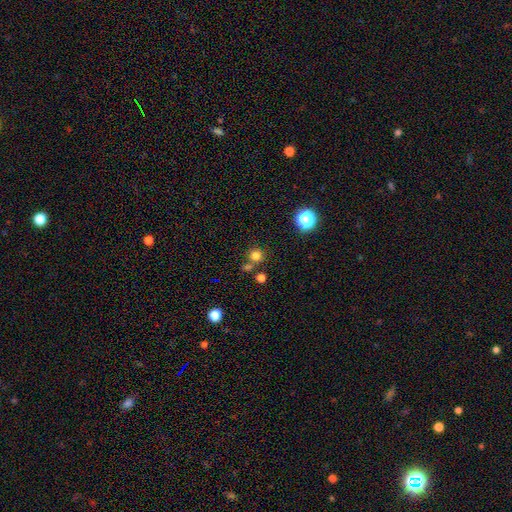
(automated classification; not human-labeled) Q: Smooth or featured?
A: smooth (77%); runner-up: star or artifact (17%)
Q: How rounded?
A: round (91%); runner-up: in between (8%)
Q: Merging?
A: none (70%); runner-up: merger (18%)